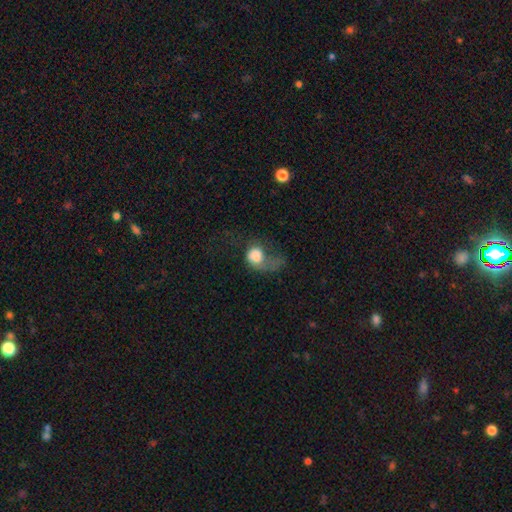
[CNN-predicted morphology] smooth-or-featured: smooth: 66% | featured or disk: 25% | star or artifact: 9%
  how-rounded: round: 59% | in between: 40% | cigar-shaped: 1%
  merging: major disturbance: 63% | none: 16% | minor disturbance: 15% | merger: 7%